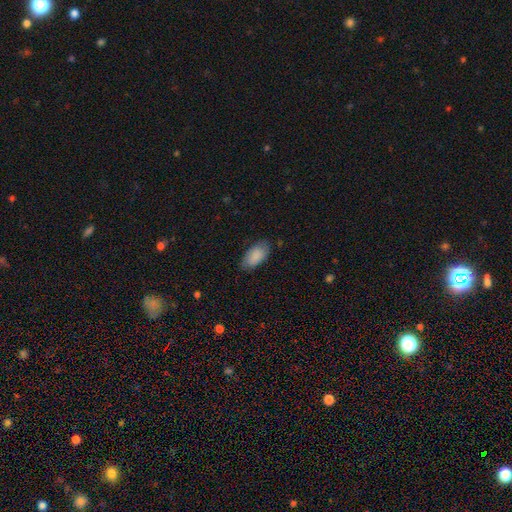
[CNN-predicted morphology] Smooth or featured? smooth (88%)
How rounded? in between (94%)
Merging? none (79%)